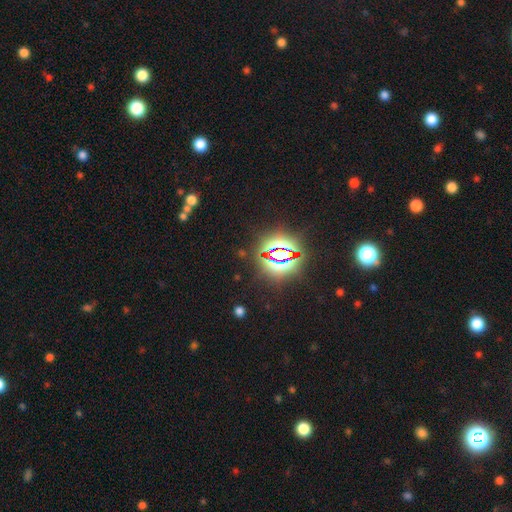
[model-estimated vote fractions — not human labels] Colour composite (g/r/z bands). It shows a star or artifact, not a galaxy (85%).